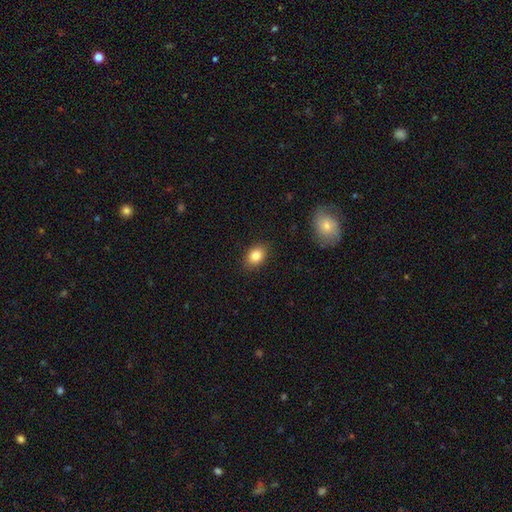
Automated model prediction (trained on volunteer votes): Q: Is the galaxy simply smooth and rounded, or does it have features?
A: smooth — 84%.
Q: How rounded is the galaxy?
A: in between — 71%.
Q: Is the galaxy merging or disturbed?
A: none — 87%.